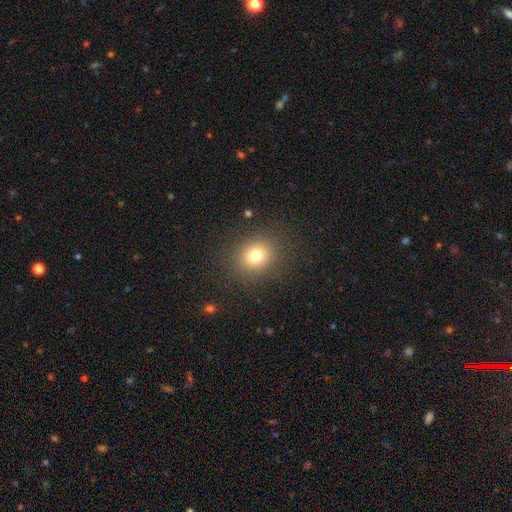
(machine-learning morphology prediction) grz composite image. It shows a smooth galaxy with no disk features (74%) that is round (74%). Merging: none (87%).